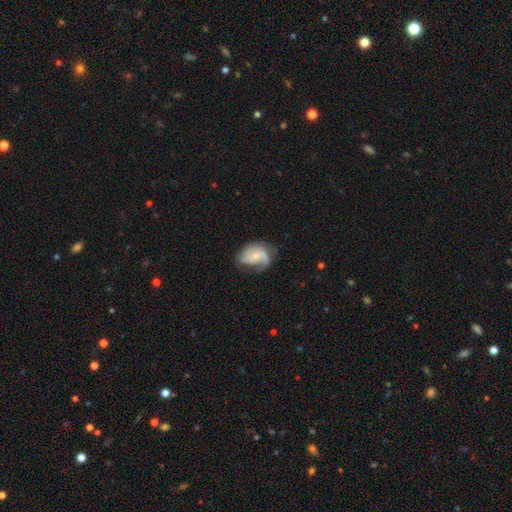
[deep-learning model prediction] smooth-or-featured: featured or disk: 68% | smooth: 25% | star or artifact: 6%
  disk-edge-on: no: 97% | yes: 3%
    bar: no: 64% | weak: 30% | strong: 6%
    has-spiral-arms: yes: 90% | no: 10%
      spiral-winding: medium: 43% | loose: 32% | tight: 25%
      spiral-arm-count: 2: 45% | 1: 20% | can't tell: 16% | 3: 14% | 4: 2% | more than 4: 2%
    bulge-size: small: 60% | moderate: 31% | none: 6% | large: 2% | dominant: 1%
  merging: none: 49% | minor disturbance: 28% | major disturbance: 21% | merger: 2%